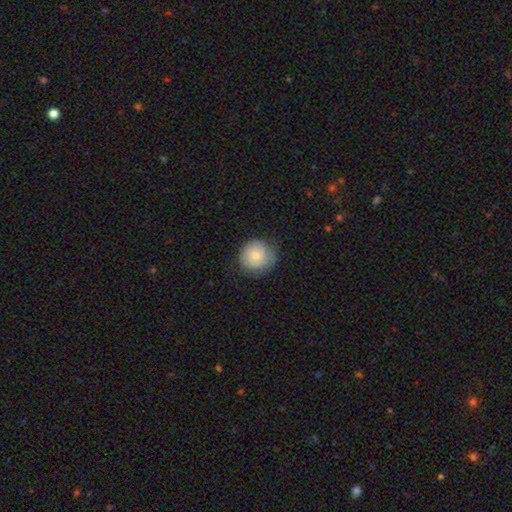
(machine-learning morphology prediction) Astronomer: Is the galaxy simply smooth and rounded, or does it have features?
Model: smooth — 66%.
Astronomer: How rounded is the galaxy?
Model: round — 88%.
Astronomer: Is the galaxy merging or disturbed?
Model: none — 72%.